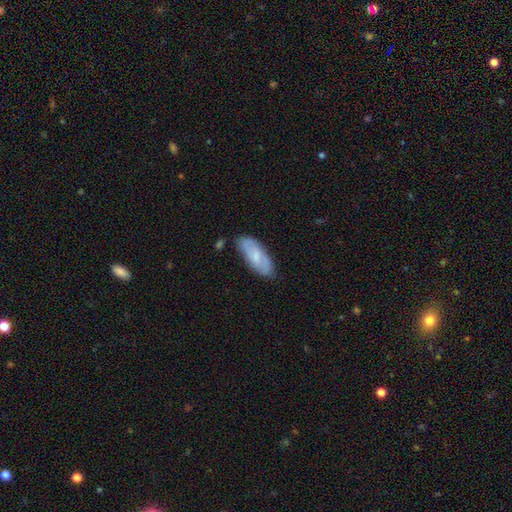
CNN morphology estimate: smooth_or_featured: smooth (p=0.63) [alt: featured or disk p=0.31]
how_rounded: in between (p=0.77) [alt: cigar-shaped p=0.21]
merging: none (p=0.76) [alt: minor disturbance p=0.18]